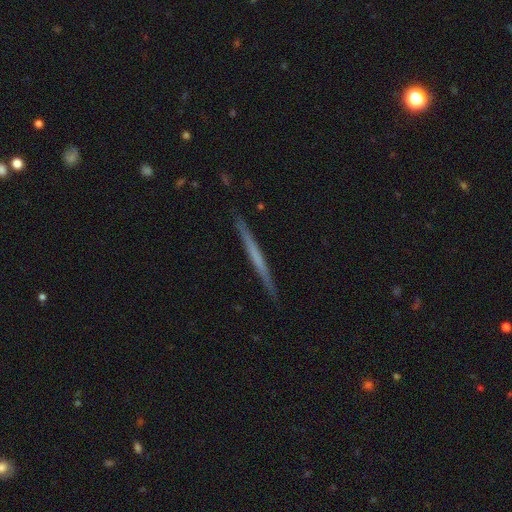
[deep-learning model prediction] Q: Smooth or featured?
A: featured or disk (53%); runner-up: smooth (42%)
Q: Edge-on disk?
A: yes (98%); runner-up: no (2%)
Q: Edge-on bulge?
A: none (89%); runner-up: rounded (7%)
Q: Merging?
A: none (92%); runner-up: minor disturbance (6%)